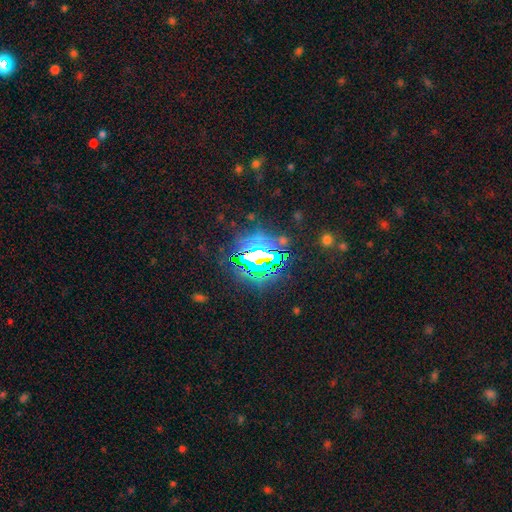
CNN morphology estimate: type=star or artifact (77%).